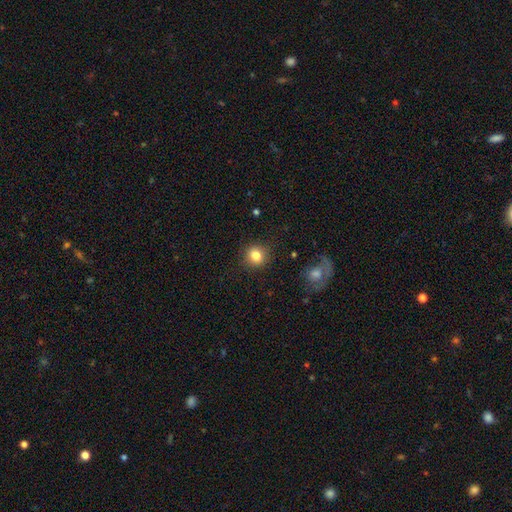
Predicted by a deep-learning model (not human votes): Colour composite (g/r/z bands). It shows a smooth galaxy with no disk features (83%) that is round (87%). Merging: none (88%).